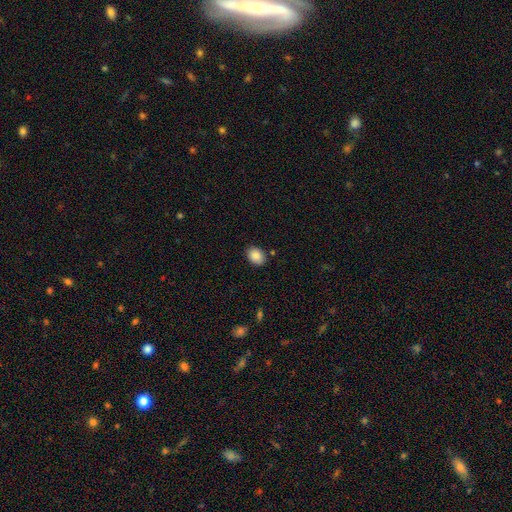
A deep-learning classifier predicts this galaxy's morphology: smooth-or-featured: smooth: 88% | star or artifact: 8% | featured or disk: 4%
  how-rounded: in between: 70% | round: 29% | cigar-shaped: 1%
  merging: none: 86% | minor disturbance: 10% | major disturbance: 2% | merger: 2%